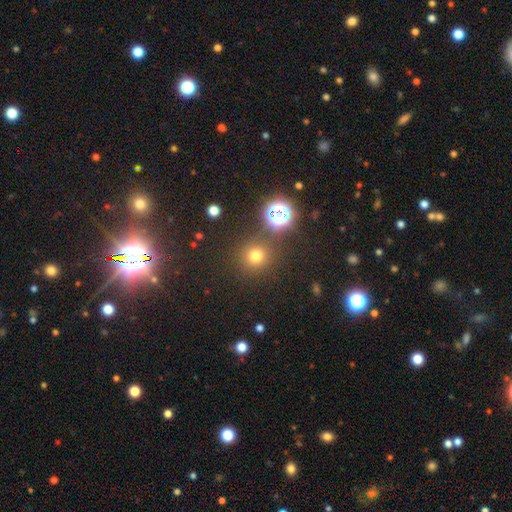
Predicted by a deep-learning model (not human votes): smooth 68%, star or artifact 26%, featured or disk 6%. Down the decision tree: how rounded — round (92%); merging — none (84%).